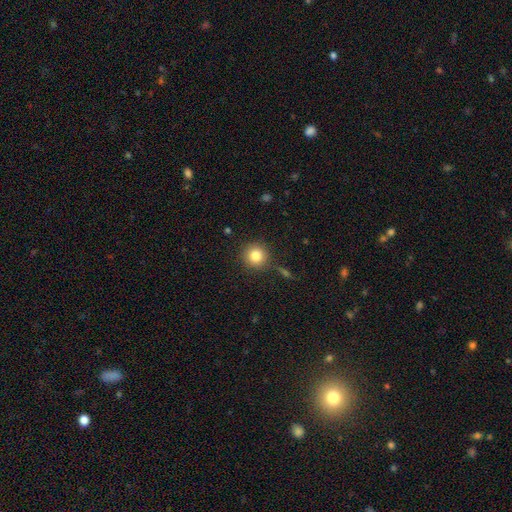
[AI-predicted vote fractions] A smooth galaxy with no disk features (82%) that is round (94%).

Vote fractions:
- Smooth or featured? smooth: 82% / star or artifact: 11% / featured or disk: 7%
- How rounded? round: 94% / in between: 5% / cigar-shaped: 1%
- Merging? none: 87% / minor disturbance: 8% / major disturbance: 3% / merger: 3%